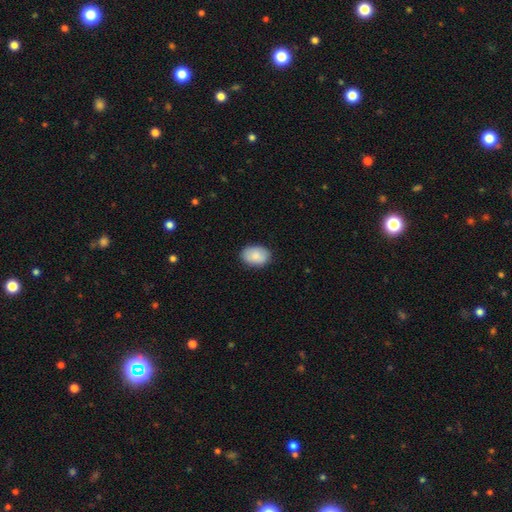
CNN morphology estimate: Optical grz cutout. It shows a smooth galaxy with no disk features (87%) that is in between round and cigar-shaped (79%). Merging: none (86%).